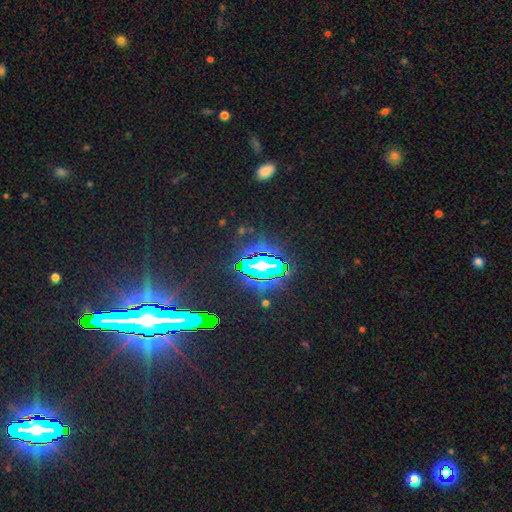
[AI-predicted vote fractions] Smooth or featured? star or artifact (84%)